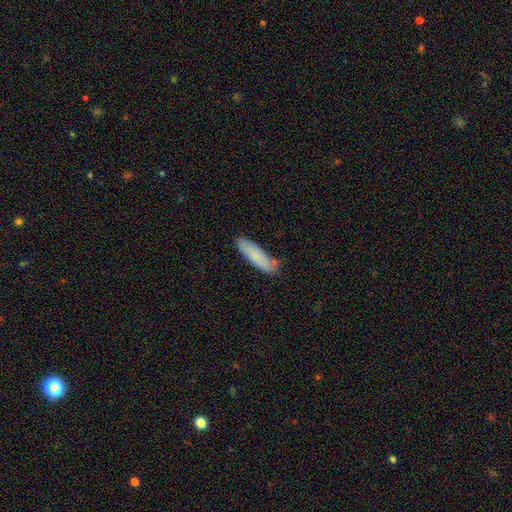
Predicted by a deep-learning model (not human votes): smooth-or-featured: smooth: 81% | featured or disk: 13% | star or artifact: 6%
  how-rounded: cigar-shaped: 60% | in between: 39% | round: 1%
  merging: none: 75% | minor disturbance: 17% | merger: 4% | major disturbance: 3%